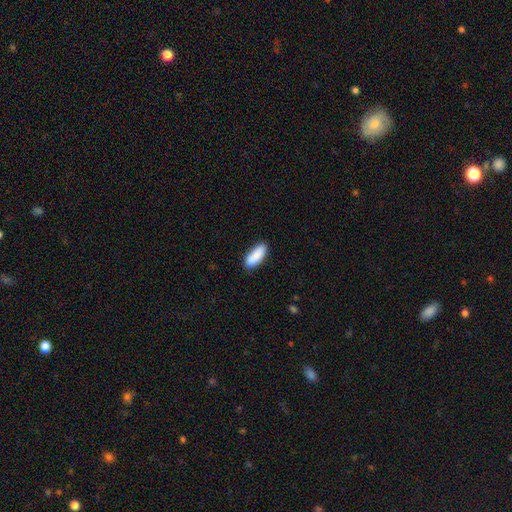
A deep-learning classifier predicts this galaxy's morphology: A smooth galaxy with no disk features (89%) that is in between round and cigar-shaped (80%). Merging: none (85%).